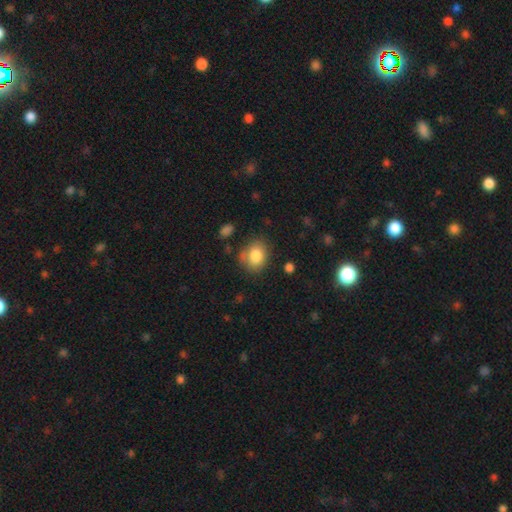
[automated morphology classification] Q: Smooth or featured?
A: smooth (82%); runner-up: featured or disk (9%)
Q: How rounded?
A: round (57%); runner-up: in between (42%)
Q: Merging?
A: none (69%); runner-up: minor disturbance (20%)